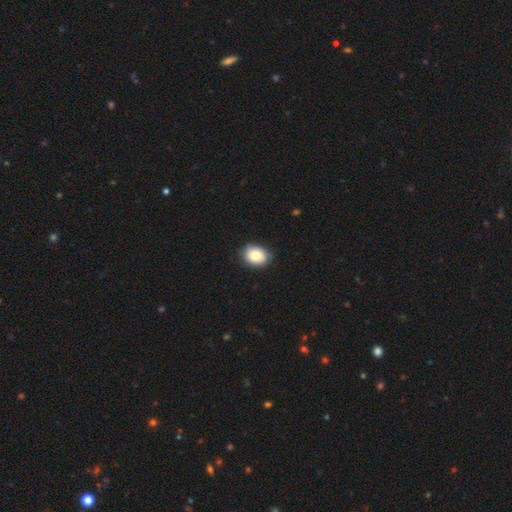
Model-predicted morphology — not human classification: Q: Smooth or featured?
A: smooth (80%); runner-up: featured or disk (11%)
Q: How rounded?
A: in between (55%); runner-up: round (44%)
Q: Merging?
A: none (80%); runner-up: minor disturbance (17%)